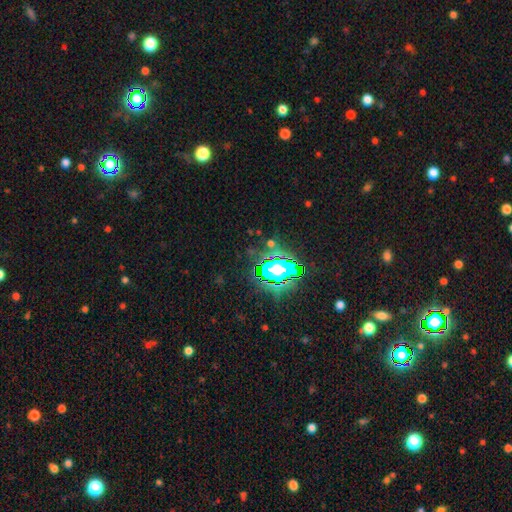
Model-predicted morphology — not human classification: Overall: star or artifact (81%).